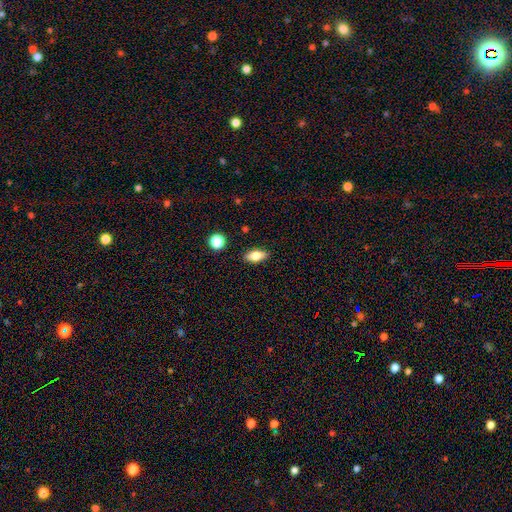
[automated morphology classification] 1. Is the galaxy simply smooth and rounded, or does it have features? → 76% smooth, 15% featured or disk, 8% star or artifact.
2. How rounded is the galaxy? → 85% in between, 10% cigar-shaped, 5% round.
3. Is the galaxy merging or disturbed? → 87% none, 9% minor disturbance, 2% major disturbance, 2% merger.